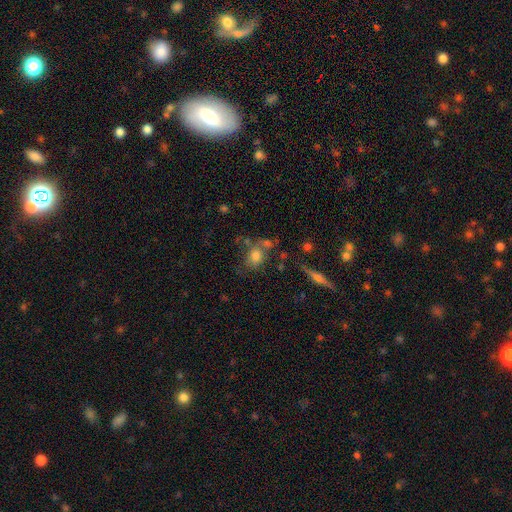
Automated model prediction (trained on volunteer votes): Overall: smooth (72%). How rounded: in between (53%; round 44%). Merging: none (51%; merger 22%).